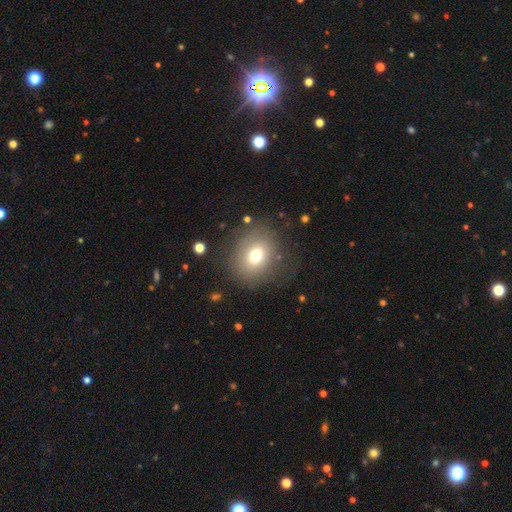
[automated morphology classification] Overall: smooth (70%). How rounded: round (61%; in between 38%). Merging: none (76%).